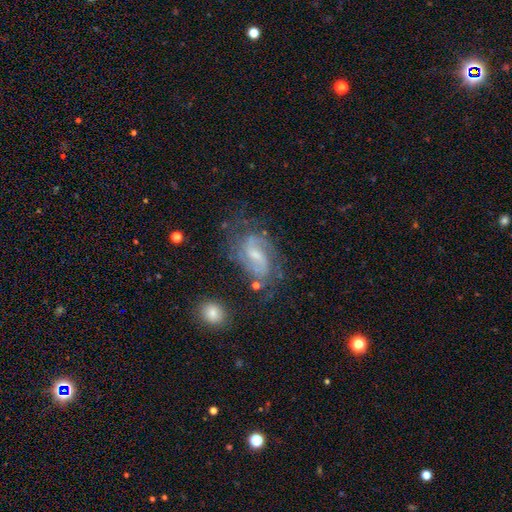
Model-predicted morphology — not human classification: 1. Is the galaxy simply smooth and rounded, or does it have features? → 81% featured or disk, 11% smooth, 8% star or artifact.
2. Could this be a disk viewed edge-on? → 97% no, 3% yes.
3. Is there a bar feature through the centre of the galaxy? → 55% weak, 29% no, 16% strong.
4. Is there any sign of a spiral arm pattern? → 94% yes, 6% no.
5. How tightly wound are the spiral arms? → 50% medium, 26% loose, 24% tight.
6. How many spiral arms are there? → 76% 2, 12% can't tell, 5% 3, 3% 1, 2% 4, 2% more than 4.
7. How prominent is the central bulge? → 56% small, 32% moderate, 9% none, 2% large, 1% dominant.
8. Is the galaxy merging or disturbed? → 62% none, 20% minor disturbance, 13% major disturbance, 5% merger.